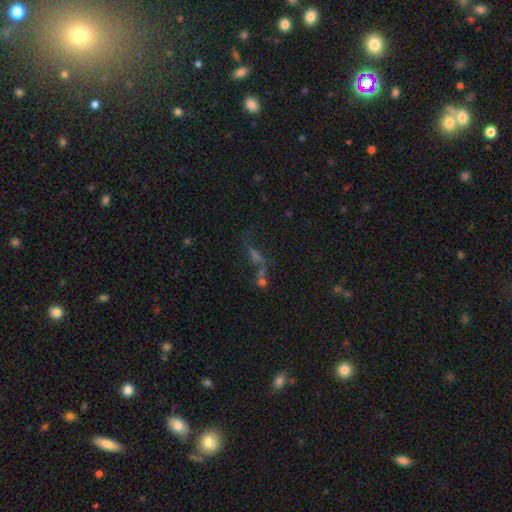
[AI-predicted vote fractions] smooth_or_featured: star or artifact (p=0.38) [alt: featured or disk p=0.33]